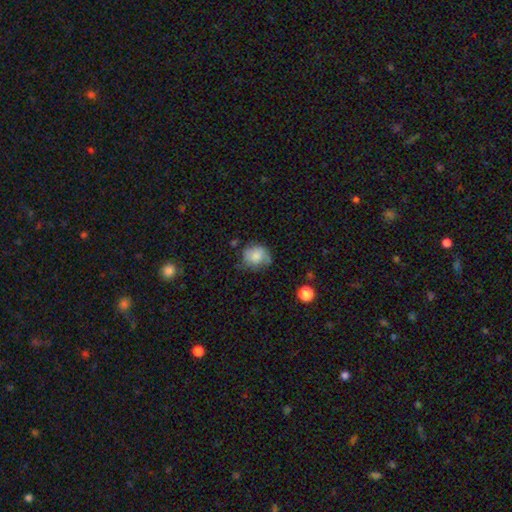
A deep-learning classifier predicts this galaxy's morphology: This is likely a smooth galaxy (73%). How rounded: likely round (69%). Merging: possibly none (53%).